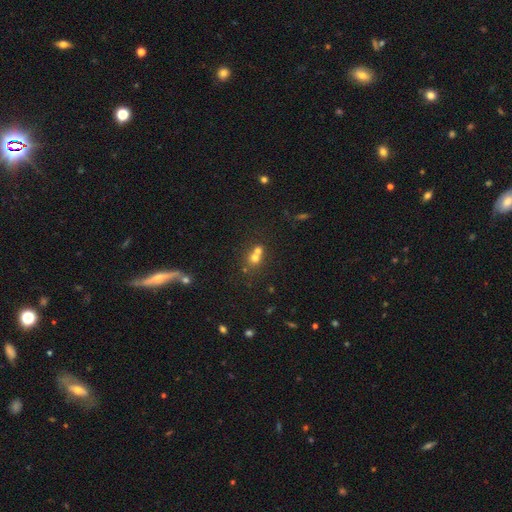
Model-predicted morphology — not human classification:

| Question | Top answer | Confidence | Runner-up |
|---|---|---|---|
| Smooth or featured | smooth | 65% | star or artifact (19%) |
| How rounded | round | 80% | in between (19%) |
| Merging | merger | 57% | none (35%) |